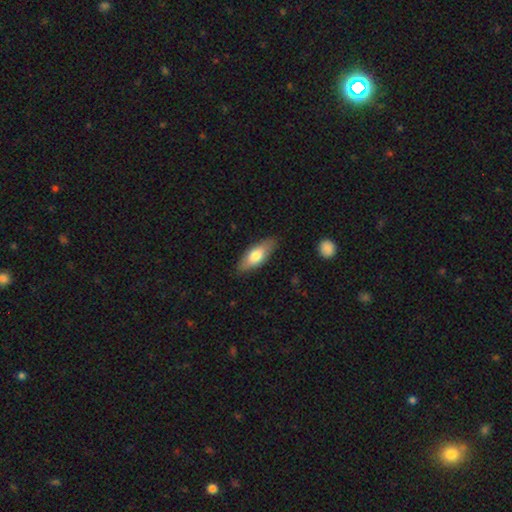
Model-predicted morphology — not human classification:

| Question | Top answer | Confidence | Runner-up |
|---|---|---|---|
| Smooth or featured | smooth | 72% | featured or disk (23%) |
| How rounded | in between | 75% | cigar-shaped (23%) |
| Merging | none | 84% | minor disturbance (13%) |